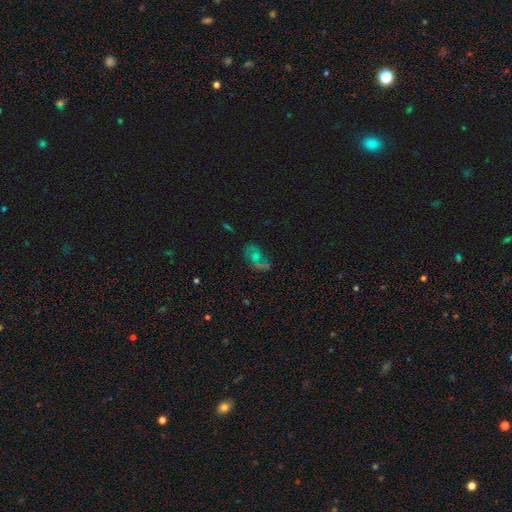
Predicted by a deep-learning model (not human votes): The model was most divided on "bulge size": small: 42%, moderate: 29%, none: 23%, large: 5%, dominant: 2%. More confident: edge-on disk — no (96%); spiral arms — yes (74%); bar — no (66%); smooth or featured — featured or disk (54%); merging — none (53%).